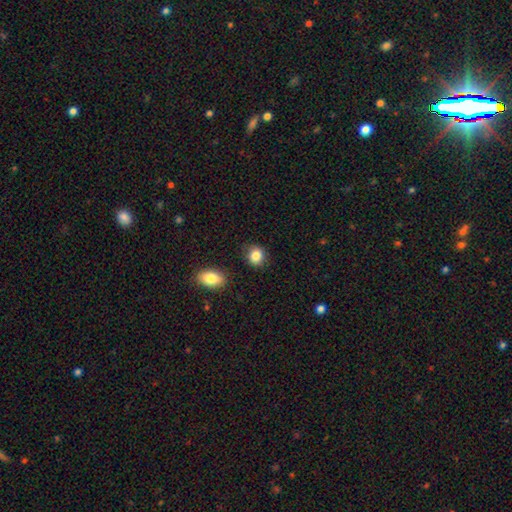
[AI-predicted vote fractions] smooth-or-featured: smooth: 85% | star or artifact: 9% | featured or disk: 5%
  how-rounded: round: 73% | in between: 26% | cigar-shaped: 1%
  merging: none: 82% | minor disturbance: 12% | major disturbance: 3% | merger: 3%